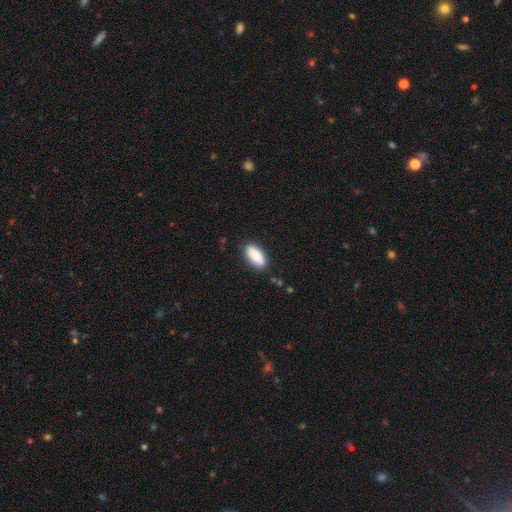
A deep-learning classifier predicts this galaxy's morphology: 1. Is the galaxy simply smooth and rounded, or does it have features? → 83% smooth, 10% featured or disk, 6% star or artifact.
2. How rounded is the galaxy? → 87% in between, 11% cigar-shaped, 2% round.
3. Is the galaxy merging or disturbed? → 83% none, 12% minor disturbance, 2% major disturbance, 2% merger.